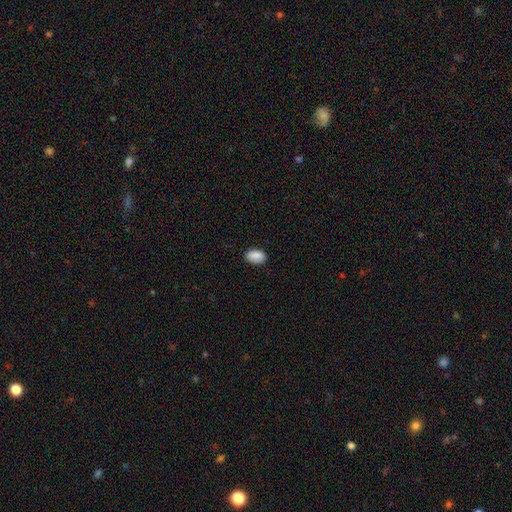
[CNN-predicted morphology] Overall: smooth (89%). How rounded: in between (88%). Merging: none (87%).